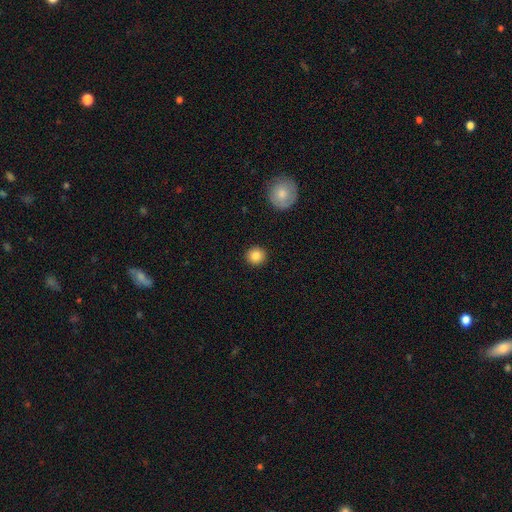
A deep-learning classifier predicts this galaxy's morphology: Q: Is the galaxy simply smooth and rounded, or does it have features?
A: smooth — 85%.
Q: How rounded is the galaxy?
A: round — 94%.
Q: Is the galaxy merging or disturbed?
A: none — 92%.